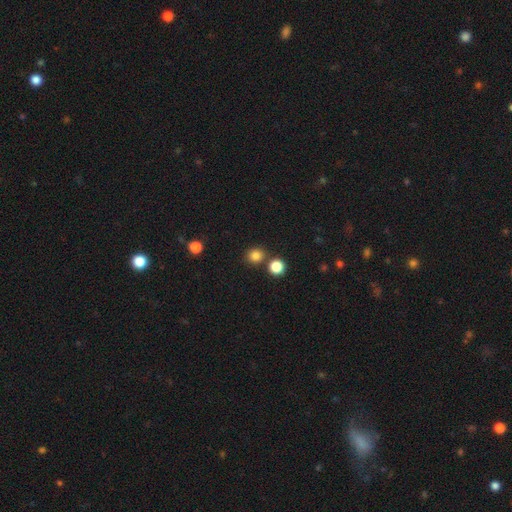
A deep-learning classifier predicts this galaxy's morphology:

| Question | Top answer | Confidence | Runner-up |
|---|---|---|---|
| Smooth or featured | smooth | 82% | star or artifact (14%) |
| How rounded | round | 87% | in between (12%) |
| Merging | none | 78% | merger (12%) |